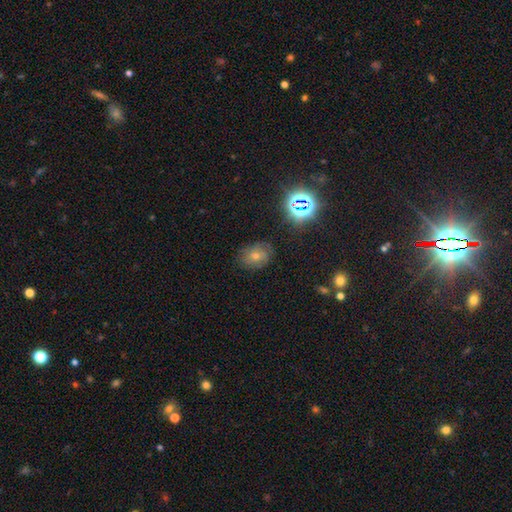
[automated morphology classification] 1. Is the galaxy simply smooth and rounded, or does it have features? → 38% smooth, 35% star or artifact, 27% featured or disk.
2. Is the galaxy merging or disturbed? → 79% none, 15% minor disturbance, 5% major disturbance, 2% merger.